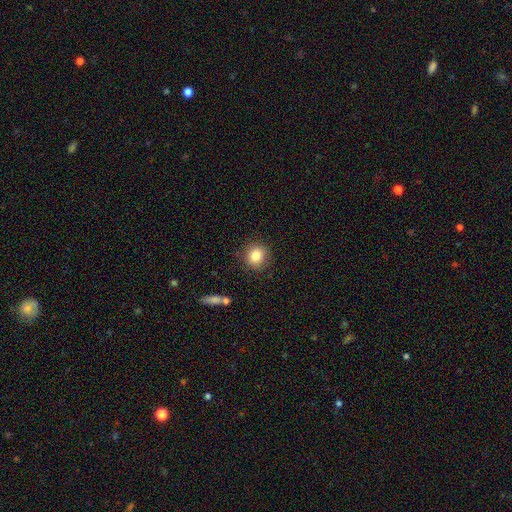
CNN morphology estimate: Smooth or featured: smooth — 82% (star or artifact — 10%)
How rounded: round — 86% (in between — 13%)
Merging: none — 87% (minor disturbance — 9%)